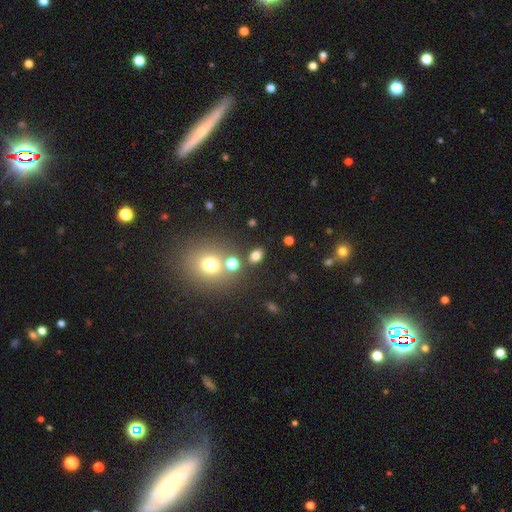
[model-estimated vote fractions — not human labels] This is likely a smooth galaxy (74%). How rounded: likely in between (71%). Merging: likely none (75%).